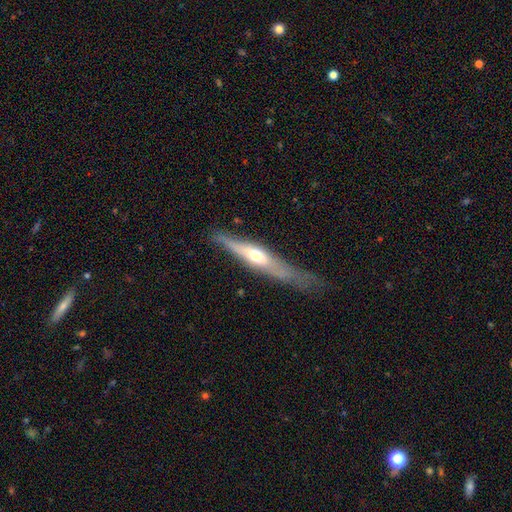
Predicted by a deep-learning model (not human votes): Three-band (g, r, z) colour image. It shows a featured or disk galaxy (63%) viewed edge-on (87%) with a rounded central bulge (83%). Merging: none (69%).